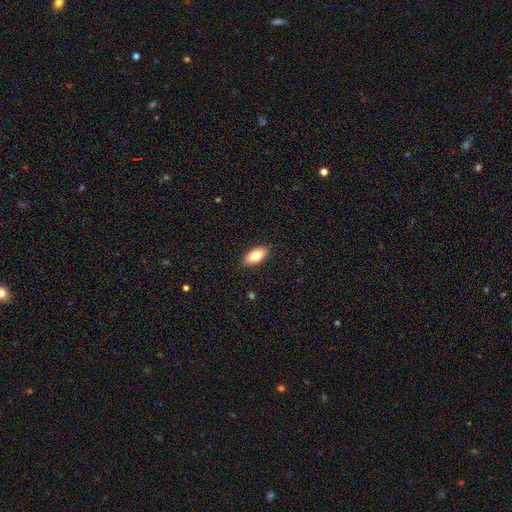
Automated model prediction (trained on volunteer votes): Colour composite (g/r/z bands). It shows a smooth galaxy with no disk features (81%) that is in between round and cigar-shaped (91%). Merging: none (88%).